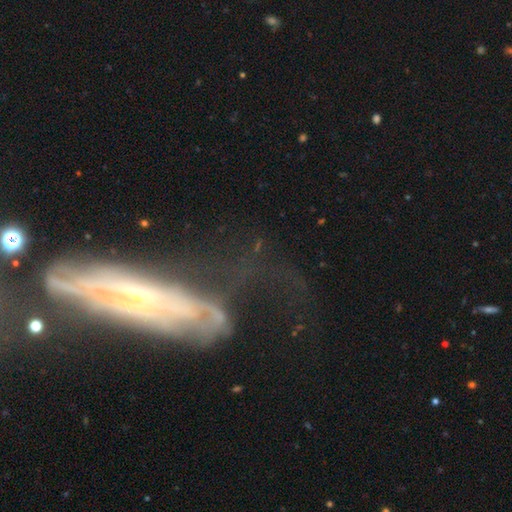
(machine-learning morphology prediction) Smooth or featured: featured or disk — 74% (smooth — 17%)
Edge-on disk: no — 68% (yes — 32%)
Bar: no — 67% (weak — 23%)
Spiral arms: yes — 70% (no — 30%)
Bulge size: small — 73% (moderate — 18%)
Merging: none — 40% (major disturbance — 27%)